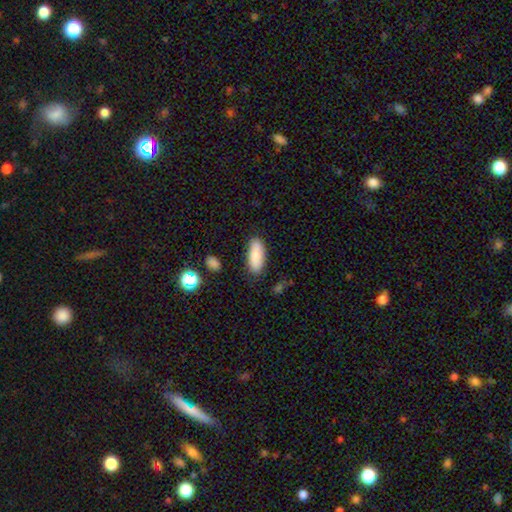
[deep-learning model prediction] smooth 84%, featured or disk 10%, star or artifact 7%. Down the decision tree: how rounded — in between (79%); merging — none (83%).